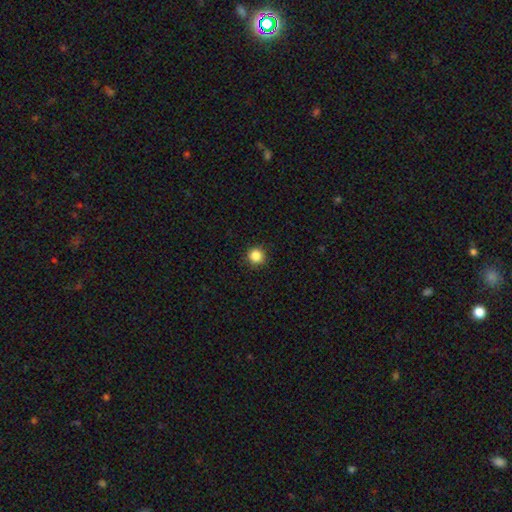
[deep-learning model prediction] Smooth or featured? Predicted: smooth (p=0.86). How rounded? Predicted: round (p=0.95). Merging? Predicted: none (p=0.91).